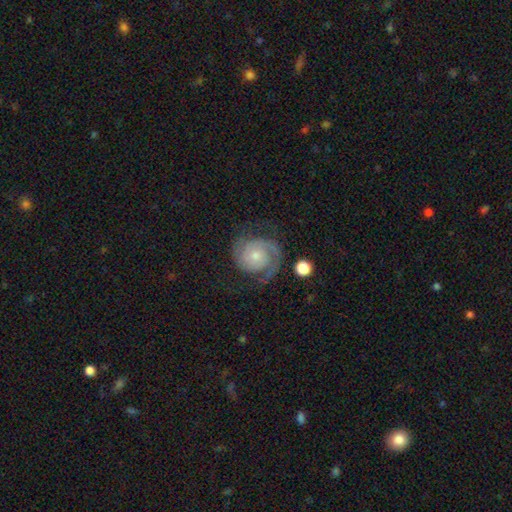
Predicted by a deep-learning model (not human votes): The model was most divided on "bulge size": small: 49%, moderate: 40%, none: 5%, large: 4%, dominant: 1%. More confident: edge-on disk — no (98%); spiral arms — yes (97%); smooth or featured — featured or disk (86%); spiral arm count — 2 (81%); bar — no (73%); merging — none (71%); spiral winding — tight (56%).